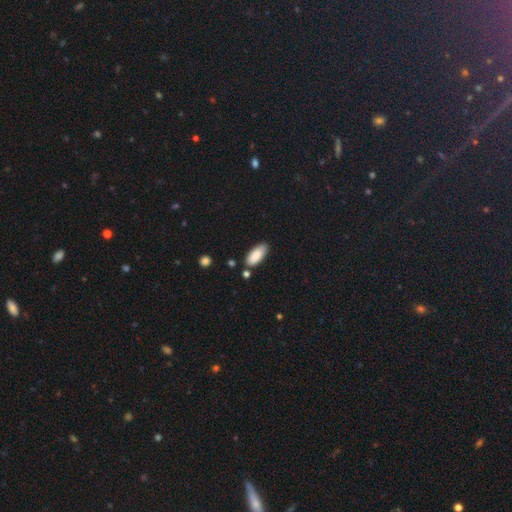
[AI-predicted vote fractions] smooth_or_featured: smooth (p=0.87) [alt: featured or disk p=0.07]
how_rounded: in between (p=0.86) [alt: cigar-shaped p=0.13]
merging: none (p=0.75) [alt: minor disturbance p=0.16]